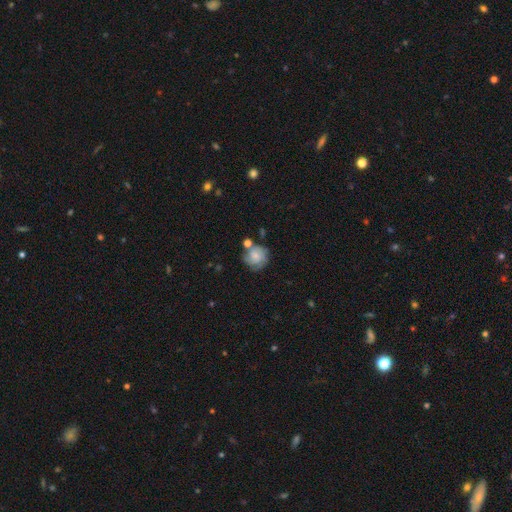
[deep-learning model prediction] This is possibly a featured or disk galaxy (51%). It is clearly not viewed edge-on (98%). Bar: likely no (73%). Spiral arm pattern: clearly yes (86%). Central bulge: marginally small (43%). Merging: likely none (60%).